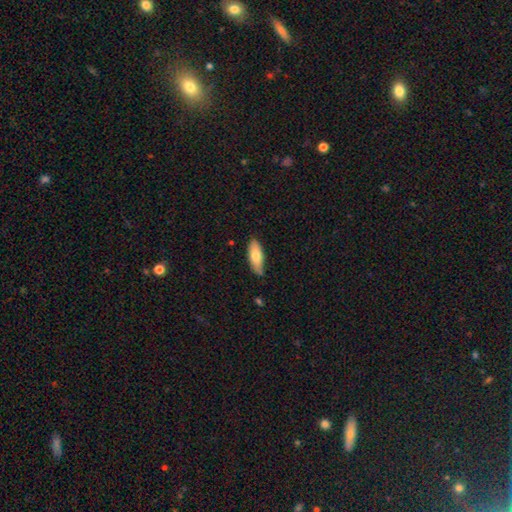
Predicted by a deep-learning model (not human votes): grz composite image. It shows a smooth galaxy with no disk features (76%) that is in between round and cigar-shaped (73%). Merging: none (77%).